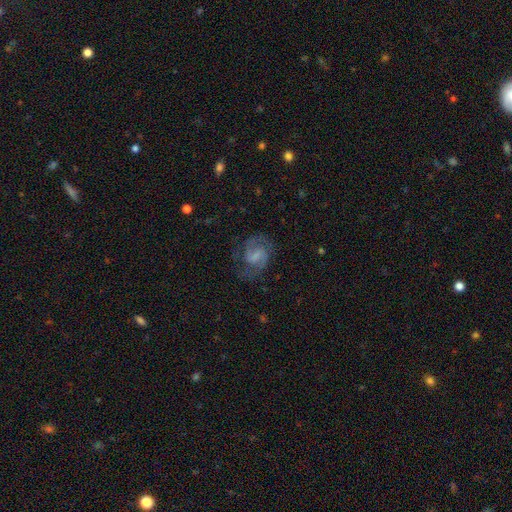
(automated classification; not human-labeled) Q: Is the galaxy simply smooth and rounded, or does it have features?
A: featured or disk — 76%.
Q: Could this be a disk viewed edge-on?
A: no — 98%.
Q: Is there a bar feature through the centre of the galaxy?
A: weak — 55%.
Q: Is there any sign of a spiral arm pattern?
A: yes — 94%.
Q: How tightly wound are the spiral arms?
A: medium — 56%.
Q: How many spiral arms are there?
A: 2 — 88%.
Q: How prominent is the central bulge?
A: none — 42%.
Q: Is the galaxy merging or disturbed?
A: none — 70%.